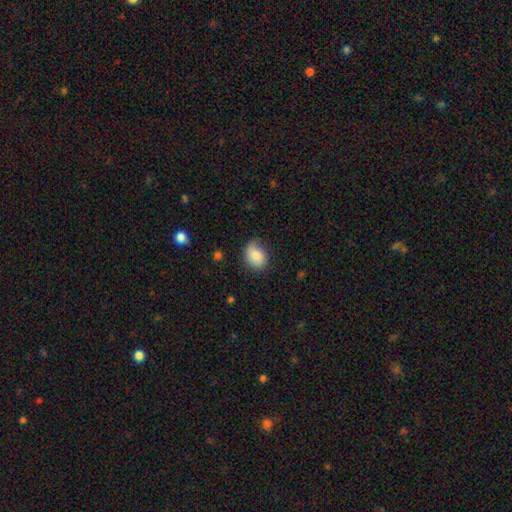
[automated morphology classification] type=smooth (74%); roundness=in between (59%); merging=none (61%).